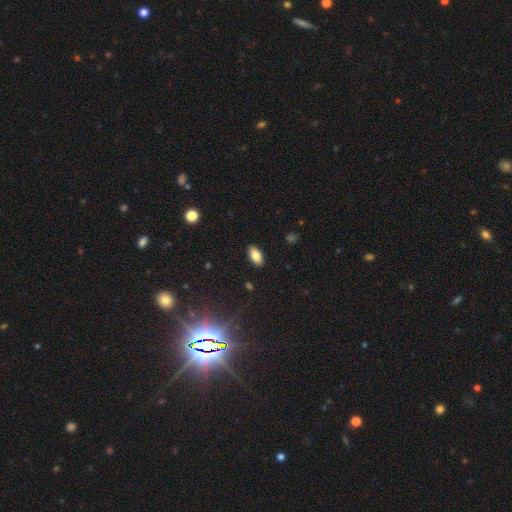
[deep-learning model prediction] Smooth or featured? smooth (82%)
How rounded? in between (92%)
Merging? none (89%)